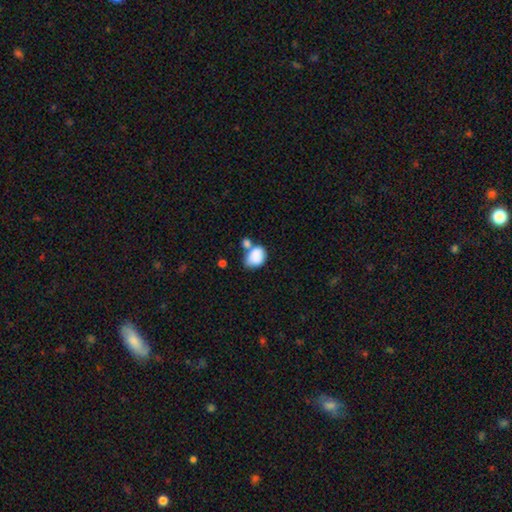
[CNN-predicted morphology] type=smooth (83%); roundness=in between (67%); merging=merger (40%).